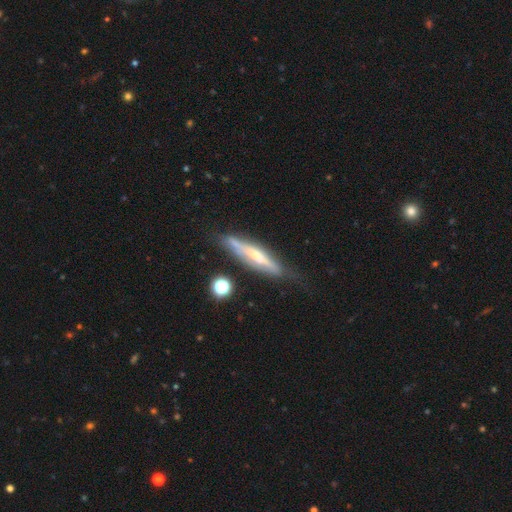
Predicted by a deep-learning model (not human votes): featured or disk 69%, smooth 24%, star or artifact 7%. Down the decision tree: edge-on disk — yes (85%); edge-on bulge — rounded (64%); merging — none (66%).